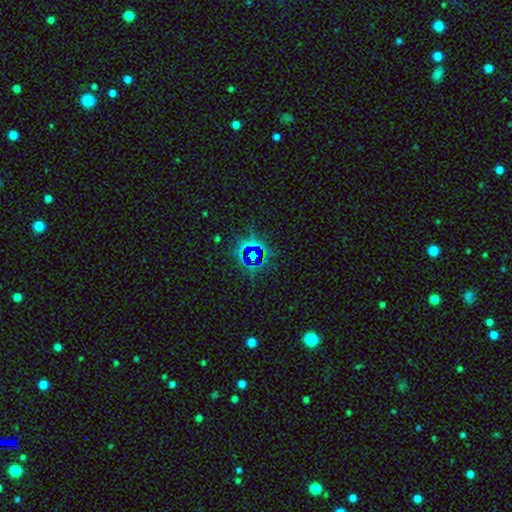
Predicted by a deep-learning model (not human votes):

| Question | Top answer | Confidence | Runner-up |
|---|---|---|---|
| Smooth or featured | star or artifact | 77% | smooth (14%) |